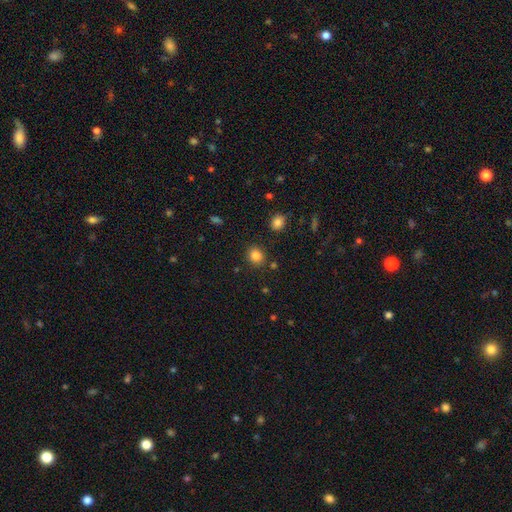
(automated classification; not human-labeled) The model was most divided on "how rounded": round: 70%, in between: 29%, cigar-shaped: 1%. More confident: merging — none (86%); smooth or featured — smooth (84%).